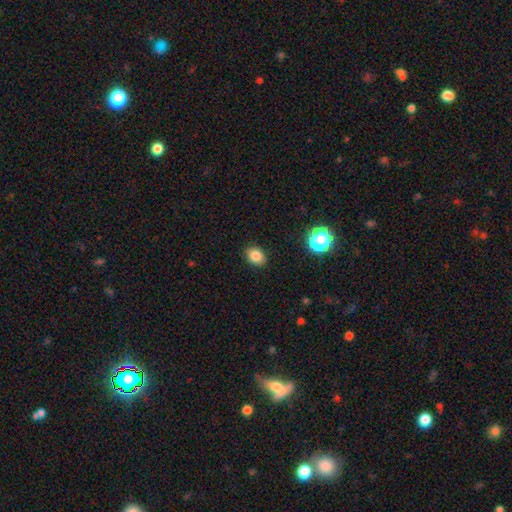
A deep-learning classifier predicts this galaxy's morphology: Overall: smooth (83%). How rounded: in between (63%; round 36%). Merging: none (89%).